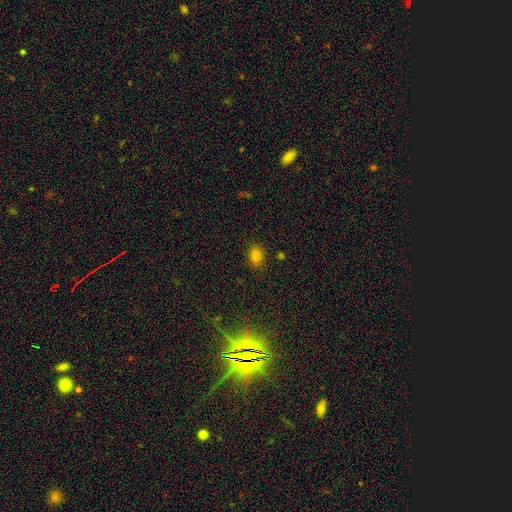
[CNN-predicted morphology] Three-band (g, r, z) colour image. It shows a smooth galaxy with no disk features (79%) that is in between round and cigar-shaped (68%). Merging: none (83%).